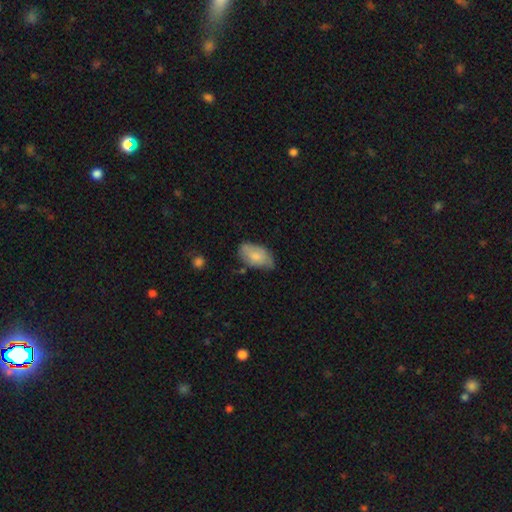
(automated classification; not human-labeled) Morphology: type=smooth (72%); roundness=in between (94%); merging=none (55%).